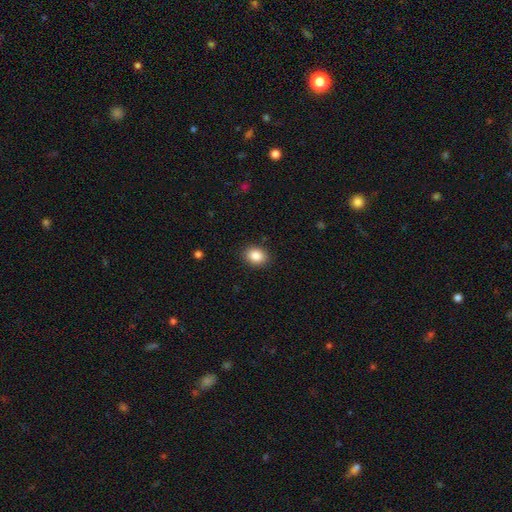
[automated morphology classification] Smooth or featured? smooth (87%)
How rounded? in between (54%)
Merging? none (89%)